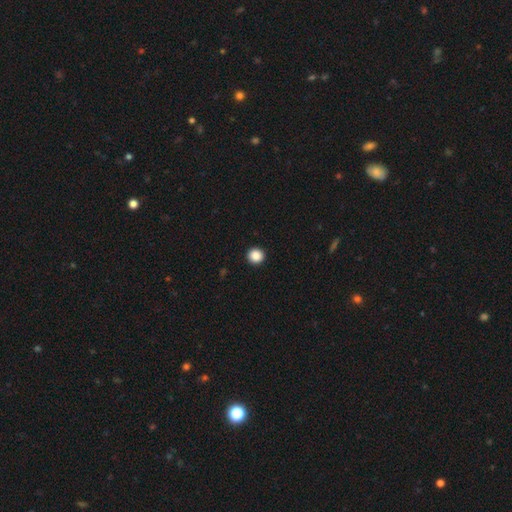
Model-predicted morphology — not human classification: Smooth or featured? smooth (87%)
How rounded? round (94%)
Merging? none (94%)